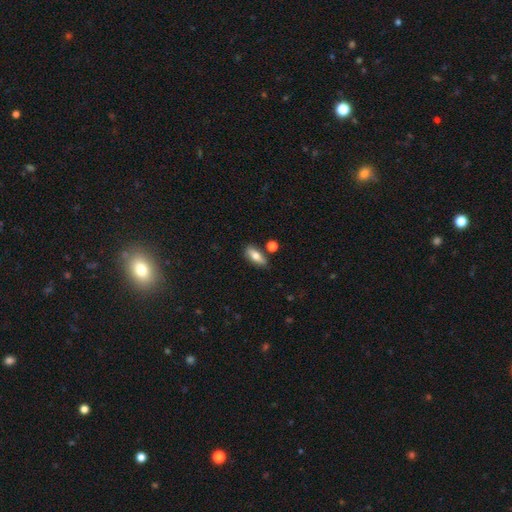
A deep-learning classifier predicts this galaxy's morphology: This is likely a smooth galaxy (68%). How rounded: likely in between (70%). Merging: likely none (78%).